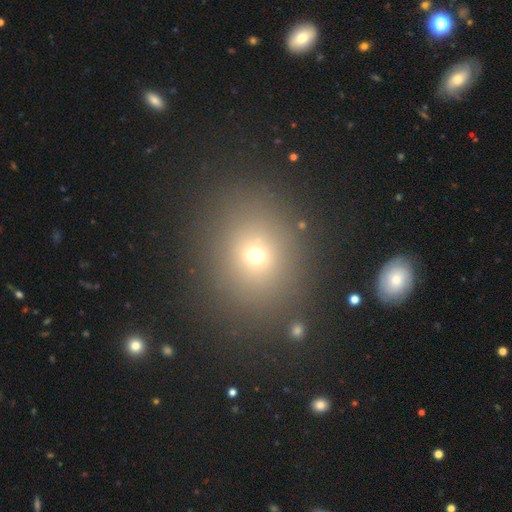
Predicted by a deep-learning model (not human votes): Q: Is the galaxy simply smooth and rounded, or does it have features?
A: smooth — 66%.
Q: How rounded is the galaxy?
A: round — 67%.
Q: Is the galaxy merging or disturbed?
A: none — 84%.